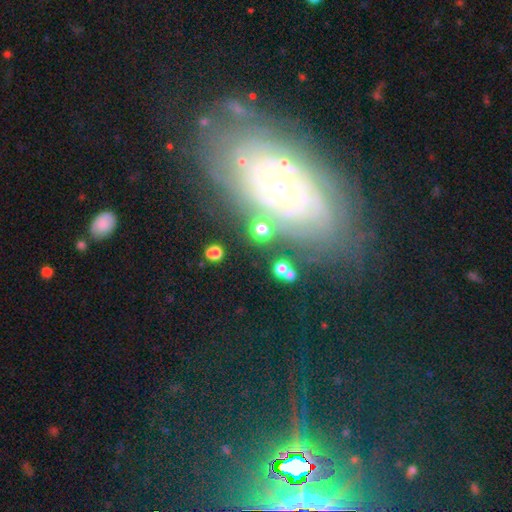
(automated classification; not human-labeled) The model was most divided on "spiral arm count": can't tell: 53%, 2: 16%, 3: 9%, more than 4: 8%, 4: 8%, 1: 6%. More confident: edge-on disk — no (93%); spiral arms — yes (84%); bar — no (83%); spiral winding — tight (81%); merging — none (75%); bulge size — small (73%); smooth or featured — featured or disk (72%).